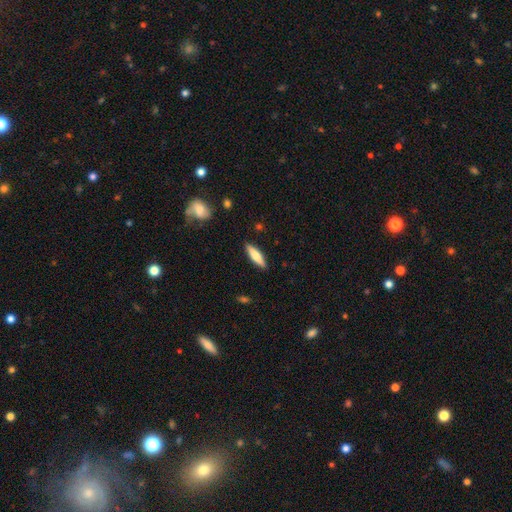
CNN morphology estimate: Smooth or featured?
  - smooth: 69% *
  - featured or disk: 26%
  - star or artifact: 6%
How rounded?
  - cigar-shaped: 68% *
  - in between: 30%
  - round: 2%
Merging?
  - none: 89% *
  - minor disturbance: 8%
  - major disturbance: 2%
  - merger: 1%